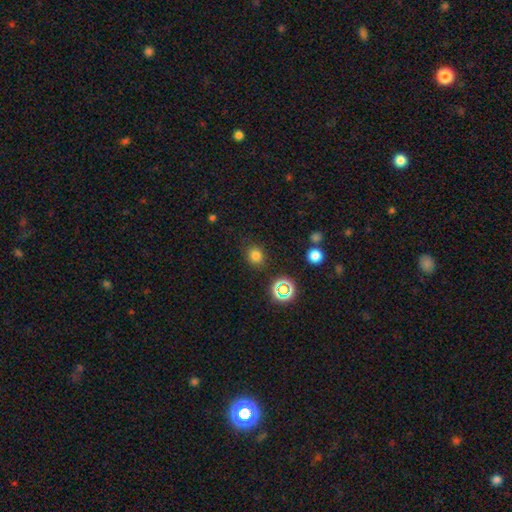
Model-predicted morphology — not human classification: Smooth or featured: smooth — 75% (star or artifact — 19%)
How rounded: round — 78% (in between — 21%)
Merging: none — 84% (minor disturbance — 10%)